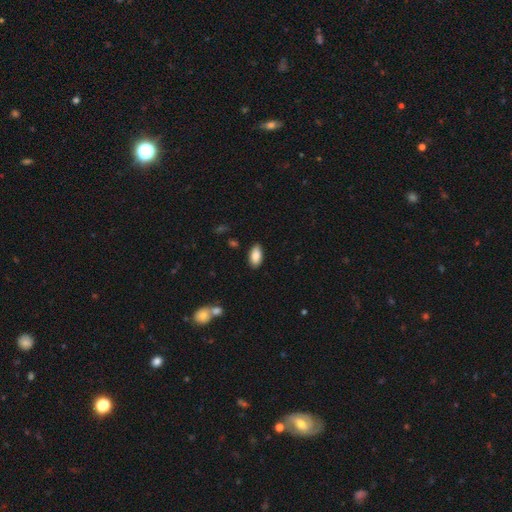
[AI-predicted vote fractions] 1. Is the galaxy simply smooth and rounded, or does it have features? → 87% smooth, 7% star or artifact, 6% featured or disk.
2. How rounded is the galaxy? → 93% in between, 5% cigar-shaped, 2% round.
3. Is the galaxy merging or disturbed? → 87% none, 10% minor disturbance, 2% major disturbance, 1% merger.